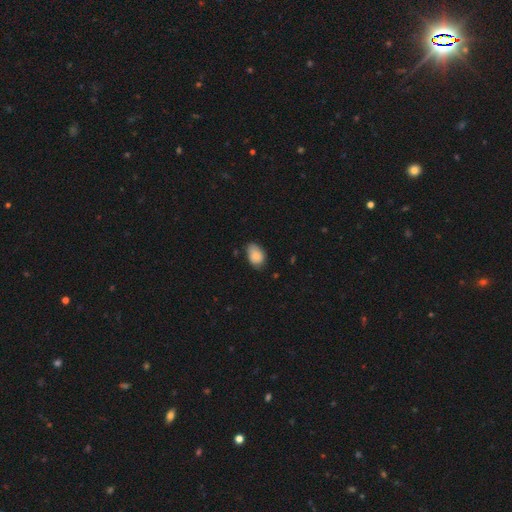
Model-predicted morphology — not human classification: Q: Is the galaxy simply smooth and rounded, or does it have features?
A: smooth — 85%.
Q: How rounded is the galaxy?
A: in between — 83%.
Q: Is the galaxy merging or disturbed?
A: none — 61%.